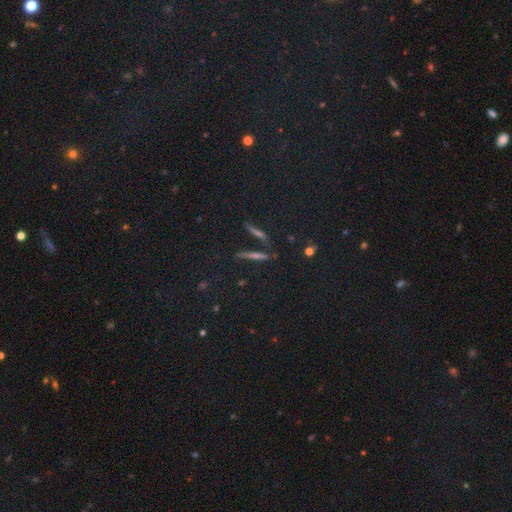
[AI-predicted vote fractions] smooth-or-featured: smooth: 36% | featured or disk: 35% | star or artifact: 28%
  merging: none: 78% | minor disturbance: 10% | merger: 7% | major disturbance: 5%